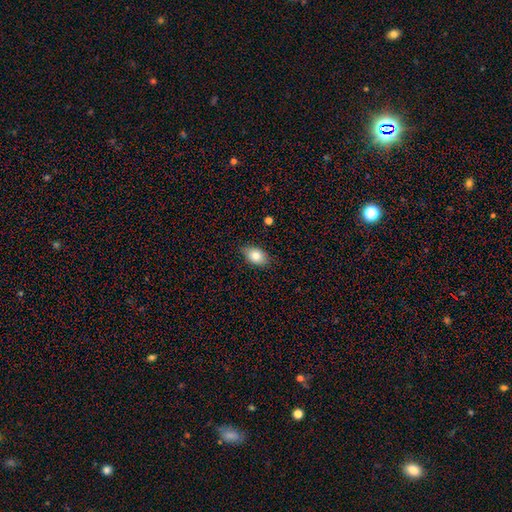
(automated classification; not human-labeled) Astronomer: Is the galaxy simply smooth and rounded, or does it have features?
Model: smooth — 80%.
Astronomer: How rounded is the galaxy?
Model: in between — 86%.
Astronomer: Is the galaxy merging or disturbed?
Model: none — 83%.